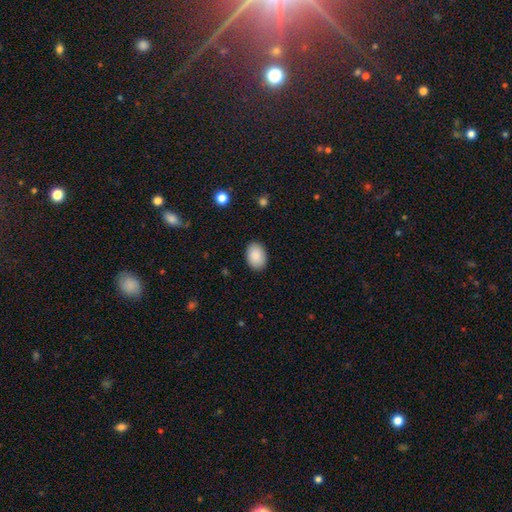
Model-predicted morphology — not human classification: Smooth or featured? Predicted: smooth (p=0.90). How rounded? Predicted: in between (p=0.82). Merging? Predicted: none (p=0.89).